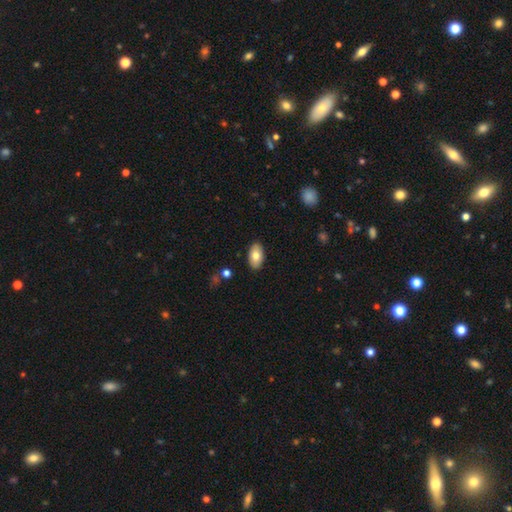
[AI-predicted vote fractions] smooth 77%, featured or disk 17%, star or artifact 6%. Down the decision tree: how rounded — in between (94%); merging — none (88%).